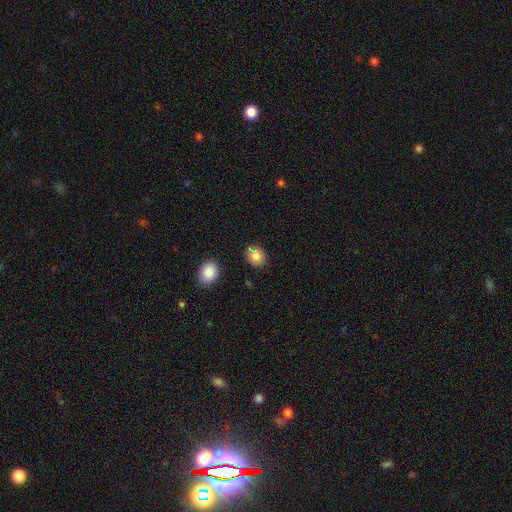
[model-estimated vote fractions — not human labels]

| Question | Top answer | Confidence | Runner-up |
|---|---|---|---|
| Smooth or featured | smooth | 84% | star or artifact (9%) |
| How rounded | round | 52% | in between (47%) |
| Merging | none | 80% | minor disturbance (13%) |